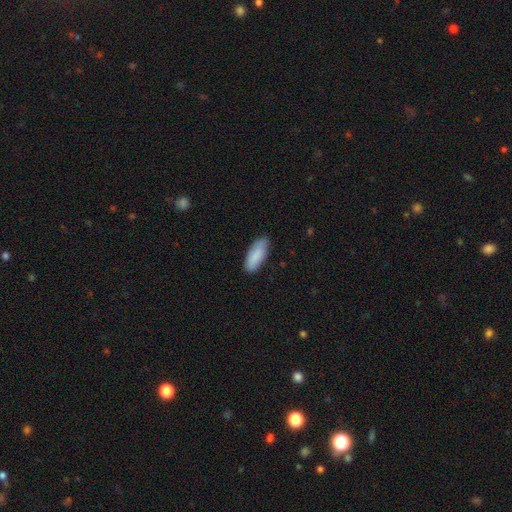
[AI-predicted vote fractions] smooth 88%, featured or disk 7%, star or artifact 5%. Down the decision tree: how rounded — in between (75%); merging — none (84%).